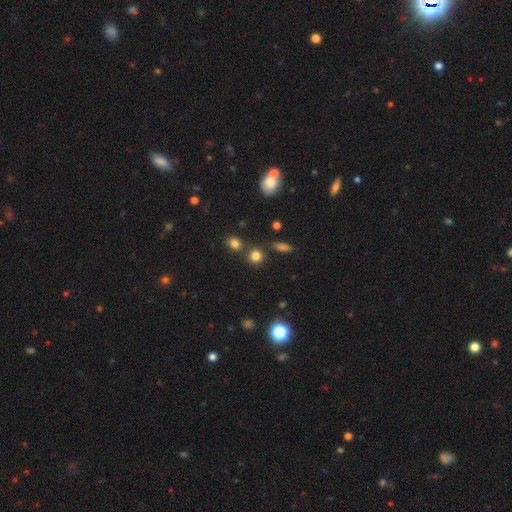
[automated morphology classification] Q: Smooth or featured?
A: smooth (79%); runner-up: star or artifact (16%)
Q: How rounded?
A: round (87%); runner-up: in between (11%)
Q: Merging?
A: none (75%); runner-up: merger (14%)